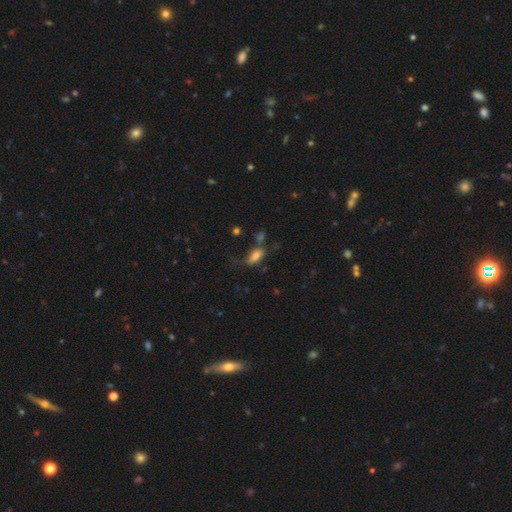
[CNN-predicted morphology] Smooth or featured? smooth (78%)
How rounded? in between (82%)
Merging? none (58%)